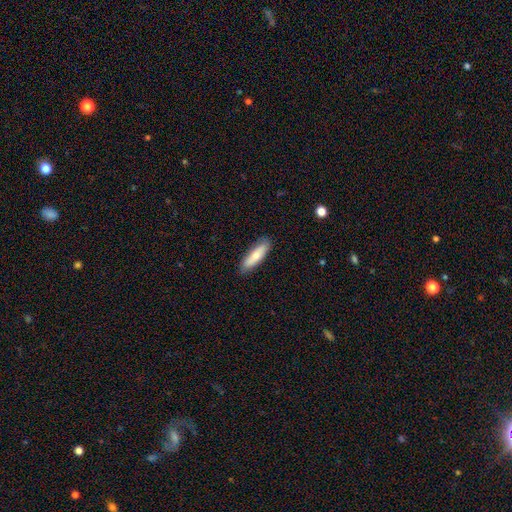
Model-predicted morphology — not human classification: Smooth or featured? Predicted: smooth (p=0.75). How rounded? Predicted: cigar-shaped (p=0.64). Merging? Predicted: none (p=0.86).